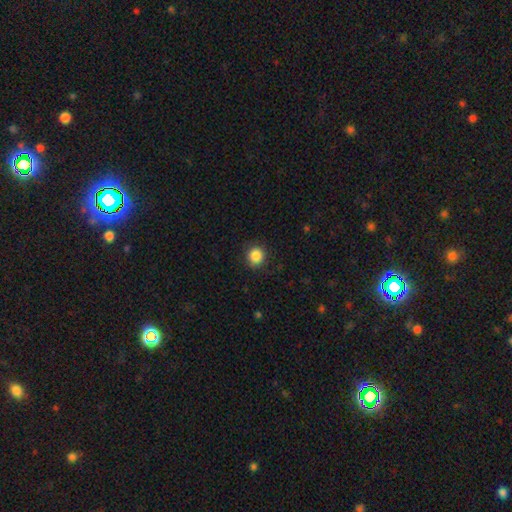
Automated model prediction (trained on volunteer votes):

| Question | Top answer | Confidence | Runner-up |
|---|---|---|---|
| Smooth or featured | smooth | 87% | star or artifact (10%) |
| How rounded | round | 89% | in between (10%) |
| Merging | none | 87% | minor disturbance (9%) |